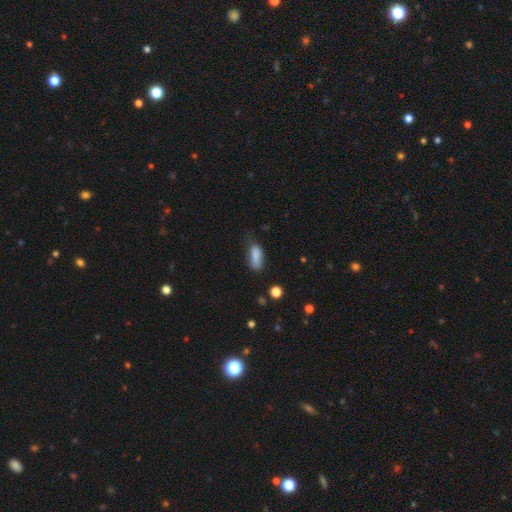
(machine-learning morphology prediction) Smooth or featured?
  - smooth: 83% *
  - featured or disk: 8%
  - star or artifact: 8%
How rounded?
  - in between: 73% *
  - cigar-shaped: 24%
  - round: 3%
Merging?
  - none: 54% *
  - minor disturbance: 33%
  - major disturbance: 10%
  - merger: 3%